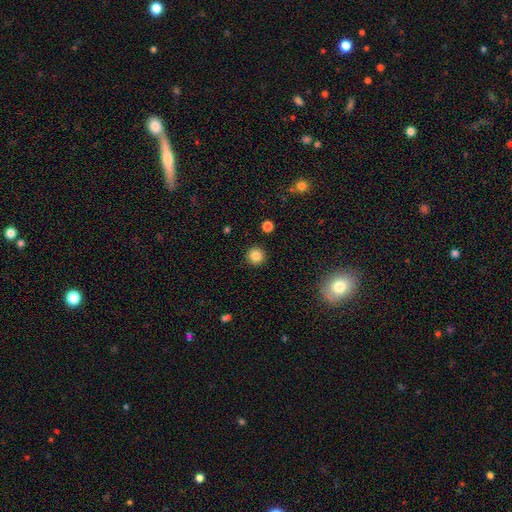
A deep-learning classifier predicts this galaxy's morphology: Q: Smooth or featured?
A: smooth (84%); runner-up: star or artifact (12%)
Q: How rounded?
A: round (95%); runner-up: in between (4%)
Q: Merging?
A: none (92%); runner-up: minor disturbance (5%)